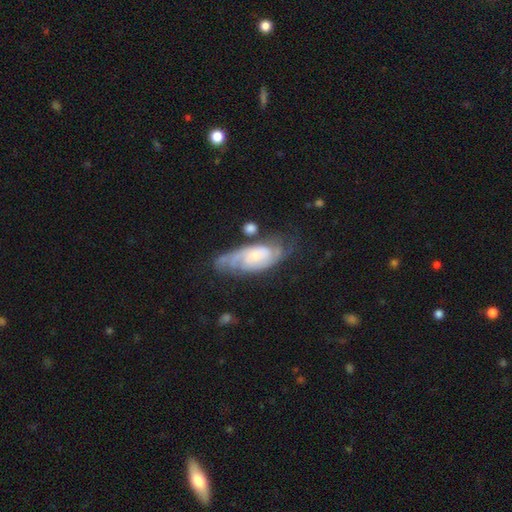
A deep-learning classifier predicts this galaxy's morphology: Q: Smooth or featured?
A: featured or disk (77%); runner-up: smooth (17%)
Q: Edge-on disk?
A: no (93%); runner-up: yes (7%)
Q: Bar?
A: no (65%); runner-up: weak (29%)
Q: Spiral arms?
A: yes (94%); runner-up: no (6%)
Q: Spiral winding?
A: tight (51%); runner-up: medium (37%)
Q: Spiral arm count?
A: 2 (52%); runner-up: can't tell (27%)
Q: Bulge size?
A: small (59%); runner-up: moderate (27%)
Q: Merging?
A: none (55%); runner-up: minor disturbance (24%)